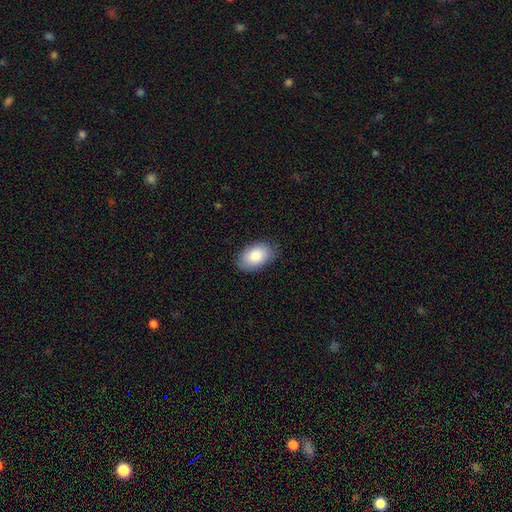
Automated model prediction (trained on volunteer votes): Overall: smooth (86%). How rounded: in between (93%). Merging: none (84%).